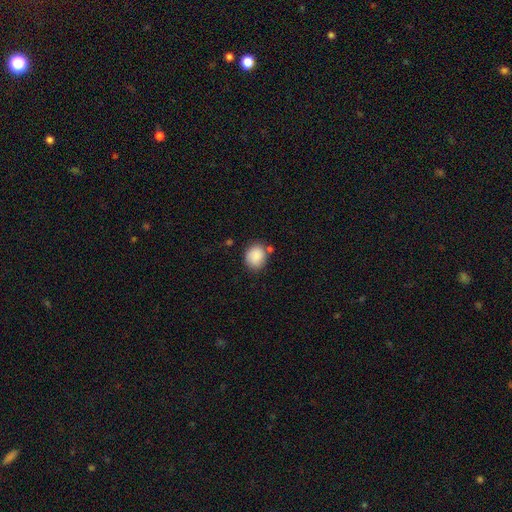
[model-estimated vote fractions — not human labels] smooth 88%, star or artifact 7%, featured or disk 5%. Down the decision tree: how rounded — round (65%); merging — none (72%).